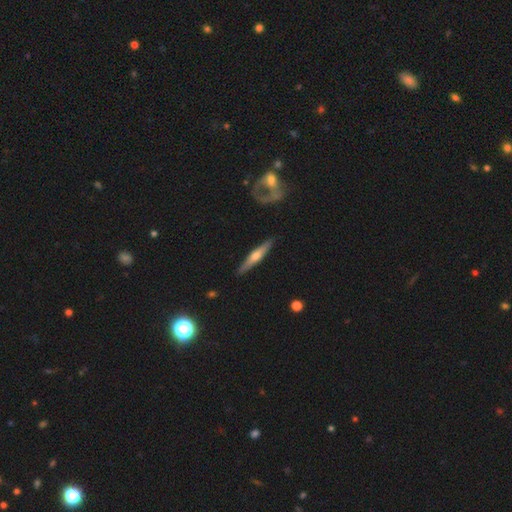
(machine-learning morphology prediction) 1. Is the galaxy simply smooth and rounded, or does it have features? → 62% featured or disk, 32% smooth, 6% star or artifact.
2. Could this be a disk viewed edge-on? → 95% yes, 5% no.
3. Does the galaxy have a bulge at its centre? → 86% rounded, 9% none, 5% boxy.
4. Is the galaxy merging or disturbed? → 89% none, 8% minor disturbance, 2% major disturbance, 2% merger.